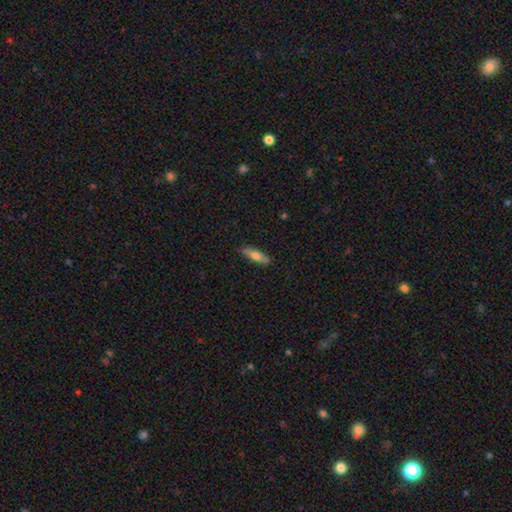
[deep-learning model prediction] Morphology: type=smooth (67%); roundness=cigar-shaped (65%); merging=none (85%).